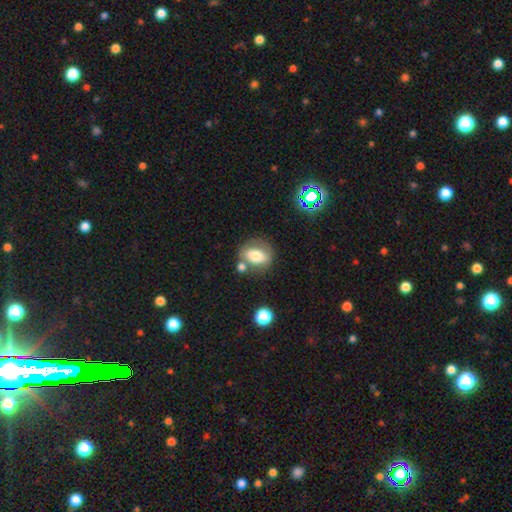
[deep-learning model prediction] Smooth or featured?
  - smooth: 67% *
  - featured or disk: 22%
  - star or artifact: 11%
How rounded?
  - in between: 65% *
  - round: 33%
  - cigar-shaped: 2%
Merging?
  - none: 58% *
  - merger: 18%
  - minor disturbance: 17%
  - major disturbance: 7%